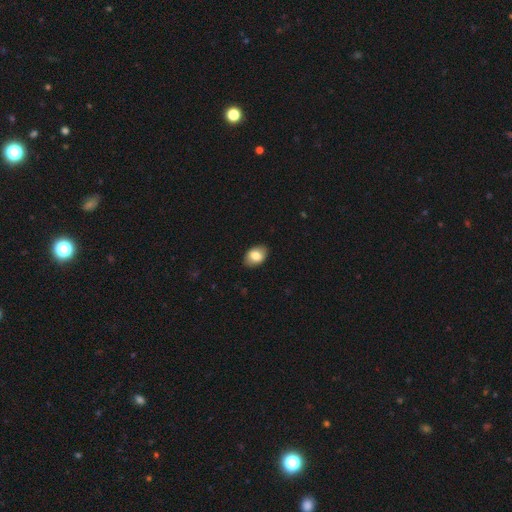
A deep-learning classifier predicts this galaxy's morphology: Smooth or featured?
  - smooth: 80% *
  - featured or disk: 13%
  - star or artifact: 7%
How rounded?
  - in between: 81% *
  - round: 18%
  - cigar-shaped: 1%
Merging?
  - none: 86% *
  - minor disturbance: 11%
  - major disturbance: 2%
  - merger: 1%